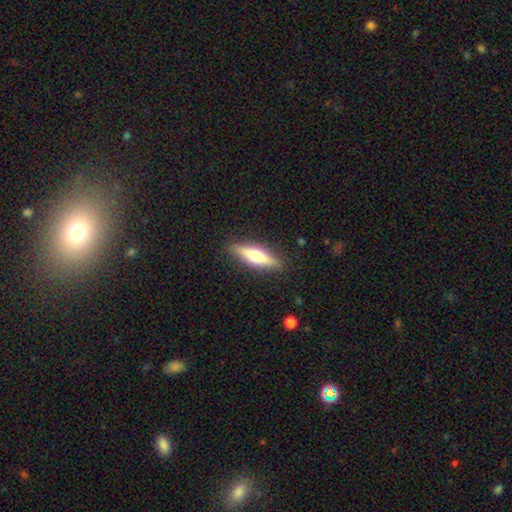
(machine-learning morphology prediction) This appears to be a featured or disk galaxy (53%) viewed edge-on (94%) with a rounded central bulge (91%). Merging: none (89%).